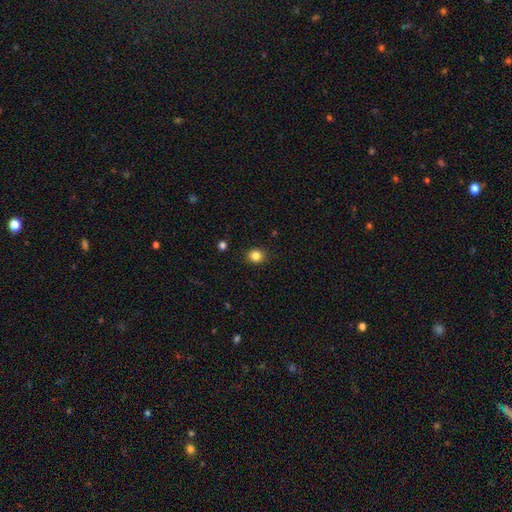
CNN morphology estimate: Overall: smooth (84%). How rounded: round (77%). Merging: none (89%).